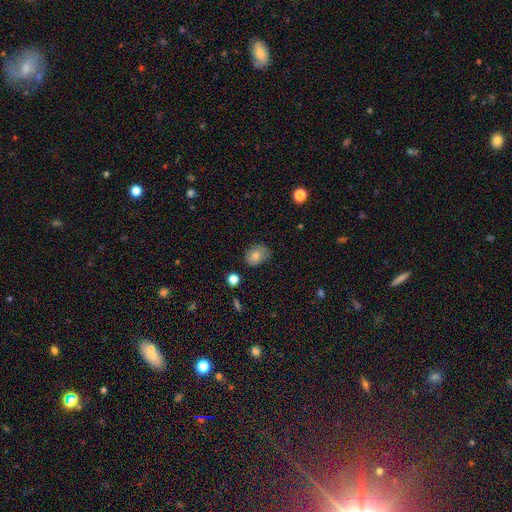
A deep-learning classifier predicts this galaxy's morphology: Q: Smooth or featured?
A: smooth (73%); runner-up: featured or disk (17%)
Q: How rounded?
A: in between (59%); runner-up: round (40%)
Q: Merging?
A: none (62%); runner-up: minor disturbance (28%)